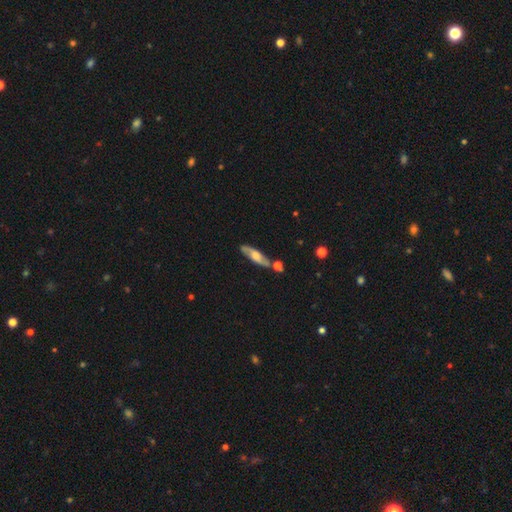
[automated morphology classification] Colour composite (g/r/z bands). It shows a featured or disk galaxy (58%). Merging: none (73%).